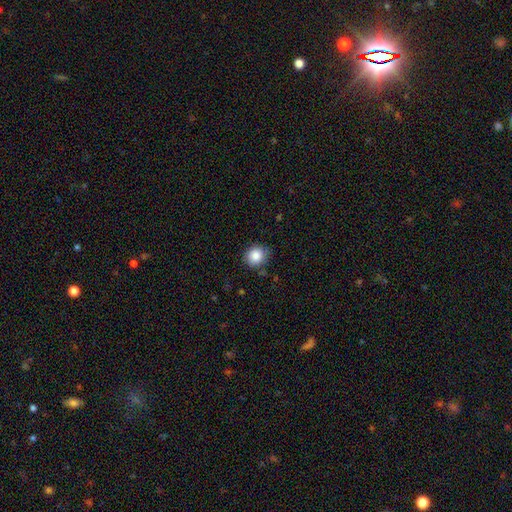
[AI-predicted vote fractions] Overall: smooth (86%). How rounded: round (81%). Merging: none (81%).